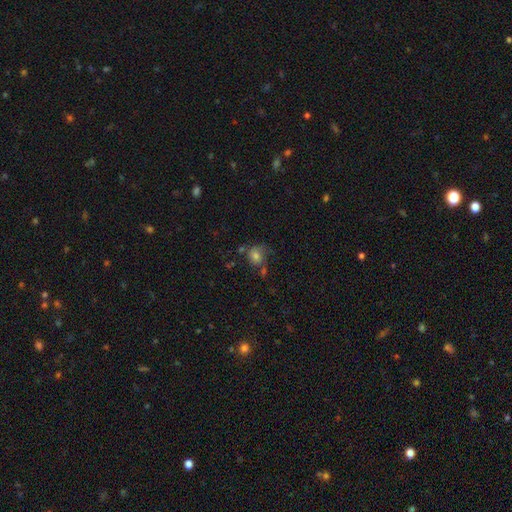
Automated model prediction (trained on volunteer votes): A smooth galaxy with no disk features (70%) that is round (67%). Merging: none (47%).